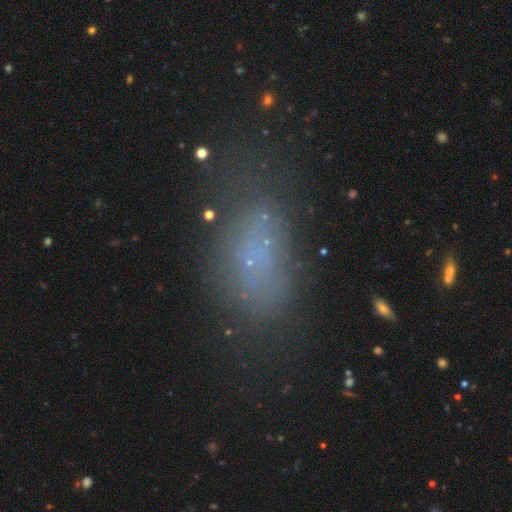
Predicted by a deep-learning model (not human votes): Smooth or featured? smooth (57%)
How rounded? in between (86%)
Merging? none (56%)